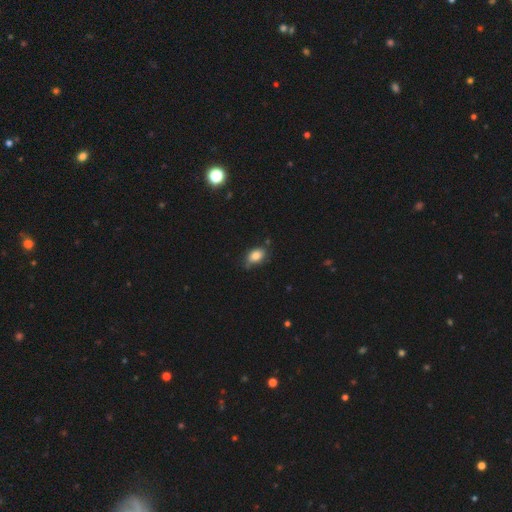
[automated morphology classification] Overall: smooth (83%). How rounded: in between (86%). Merging: none (65%; minor disturbance 27%).